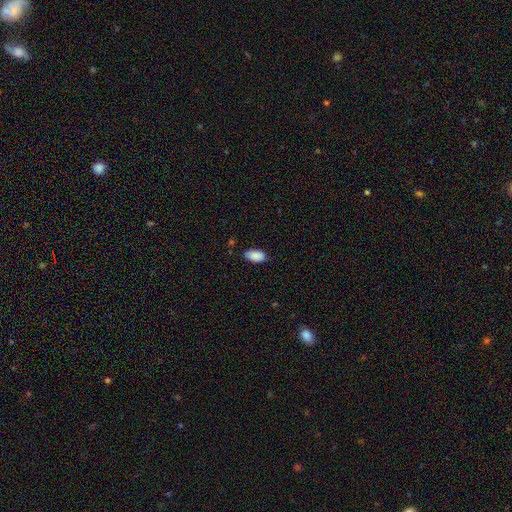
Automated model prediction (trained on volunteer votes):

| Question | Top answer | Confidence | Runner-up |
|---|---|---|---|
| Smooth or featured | smooth | 90% | star or artifact (7%) |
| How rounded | in between | 94% | round (3%) |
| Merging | none | 81% | minor disturbance (15%) |